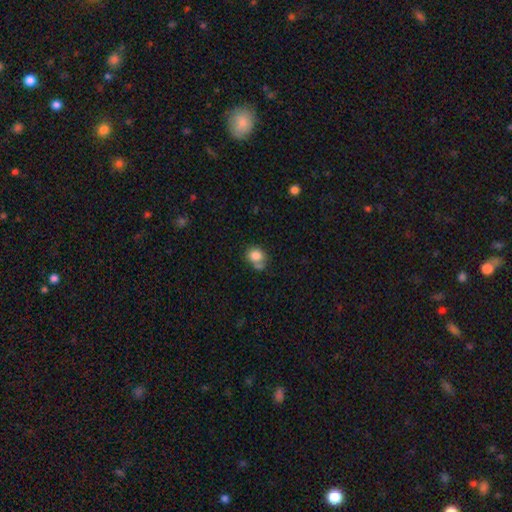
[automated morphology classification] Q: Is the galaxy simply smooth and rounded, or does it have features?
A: smooth — 81%.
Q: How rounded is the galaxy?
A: round — 64%.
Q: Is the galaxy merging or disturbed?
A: none — 45%.